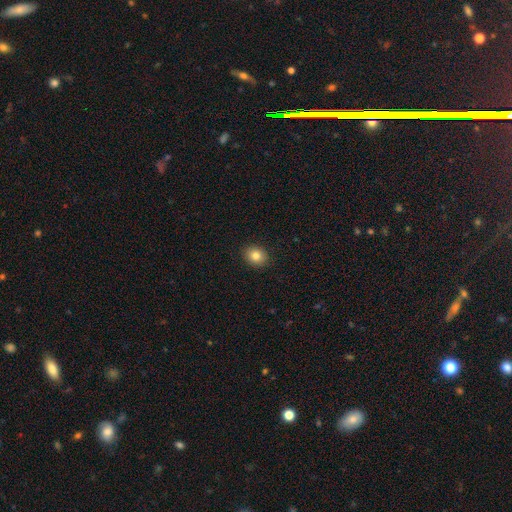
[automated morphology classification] Smooth or featured: smooth — 83% (star or artifact — 10%)
How rounded: round — 59% (in between — 40%)
Merging: none — 91% (minor disturbance — 7%)